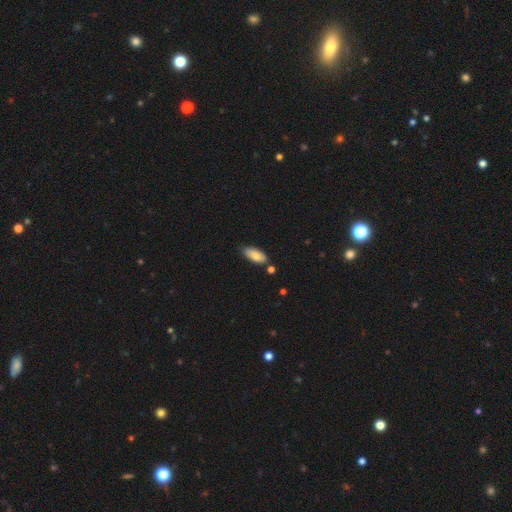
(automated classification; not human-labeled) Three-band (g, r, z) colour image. It shows a smooth galaxy with no disk features (81%) that is in between round and cigar-shaped (86%). Merging: none (75%).